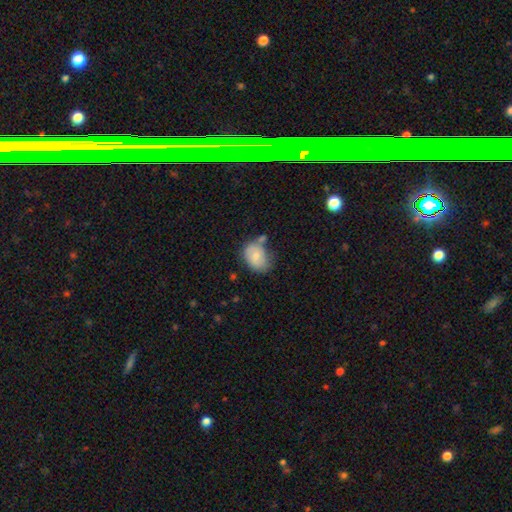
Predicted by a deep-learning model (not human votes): A smooth galaxy with no disk features (71%) that is in between round and cigar-shaped (71%). Merging: none (48%).